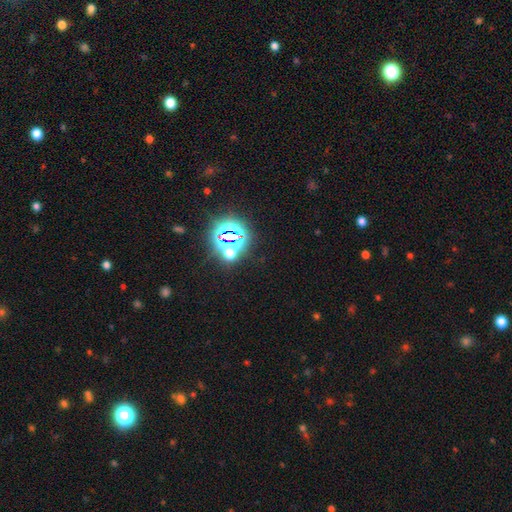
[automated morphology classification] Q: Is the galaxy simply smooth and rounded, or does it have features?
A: star or artifact — 80%.